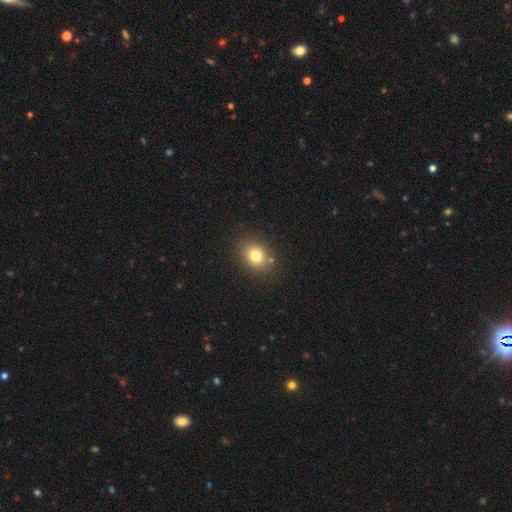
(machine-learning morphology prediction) Smooth or featured? Predicted: smooth (p=0.79). How rounded? Predicted: round (p=0.60). Merging? Predicted: none (p=0.84).